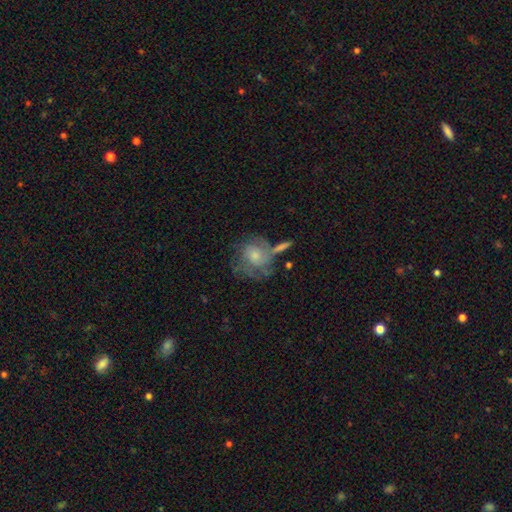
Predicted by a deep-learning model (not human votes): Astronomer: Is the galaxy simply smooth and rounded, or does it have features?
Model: featured or disk — 53% (runner-up: smooth, 39%).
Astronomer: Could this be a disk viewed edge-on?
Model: no — 96%.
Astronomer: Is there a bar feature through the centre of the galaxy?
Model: no — 80%.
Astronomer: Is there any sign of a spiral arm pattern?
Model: yes — 72%.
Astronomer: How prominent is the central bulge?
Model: small — 46% (runner-up: moderate, 42%).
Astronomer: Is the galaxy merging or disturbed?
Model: none — 48%.